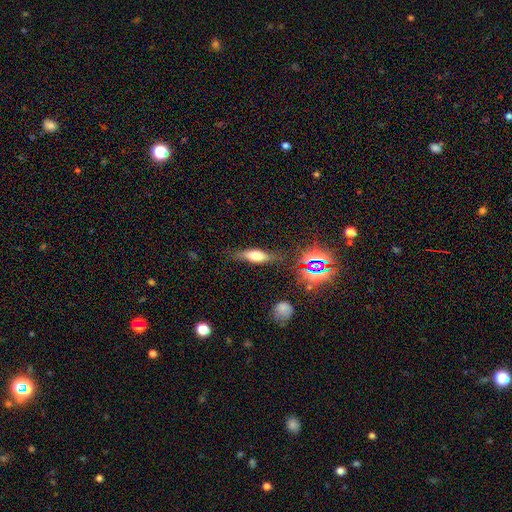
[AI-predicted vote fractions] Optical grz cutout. It shows a smooth galaxy with no disk features (55%) that is in between round and cigar-shaped (48%, tied with cigar-shaped). Merging: none (75%).